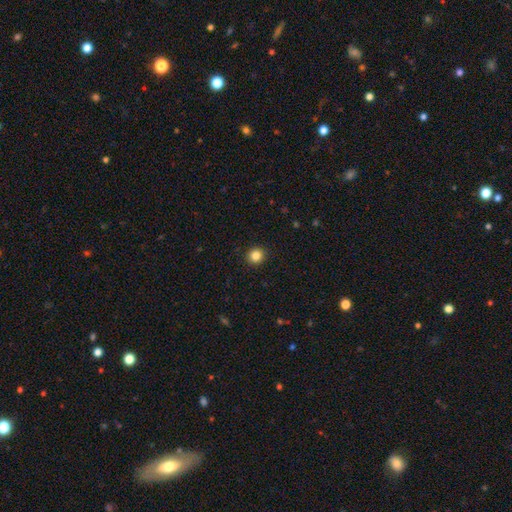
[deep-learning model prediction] This appears to be a smooth galaxy with no disk features (84%) that is round (89%). Merging: none (93%).